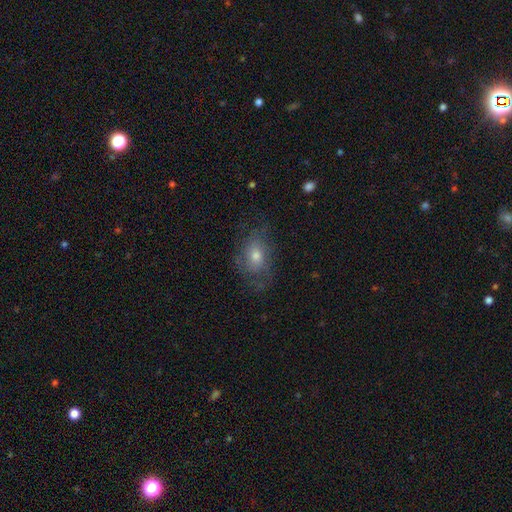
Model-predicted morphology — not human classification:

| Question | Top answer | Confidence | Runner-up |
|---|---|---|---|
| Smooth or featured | smooth | 45% | featured or disk (44%) |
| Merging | none | 61% | minor disturbance (22%) |